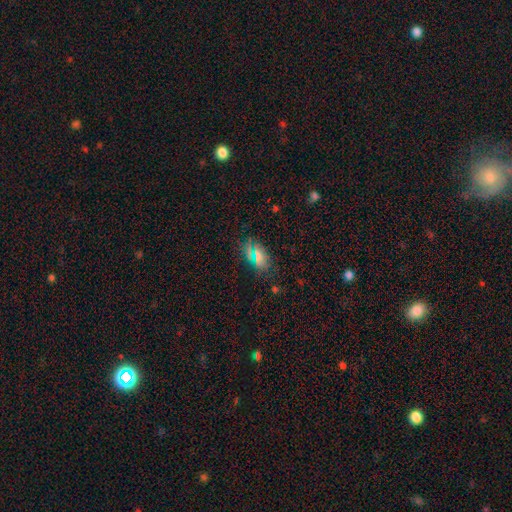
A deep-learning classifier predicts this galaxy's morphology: Overall: smooth (67%). How rounded: in between (88%). Merging: none (80%).